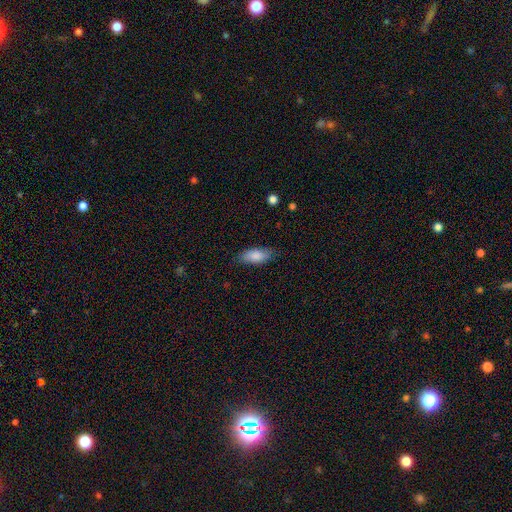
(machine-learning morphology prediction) The model was most divided on "merging": none: 80%, minor disturbance: 16%, major disturbance: 3%, merger: 1%. More confident: smooth or featured — smooth (84%); how rounded — in between (83%).